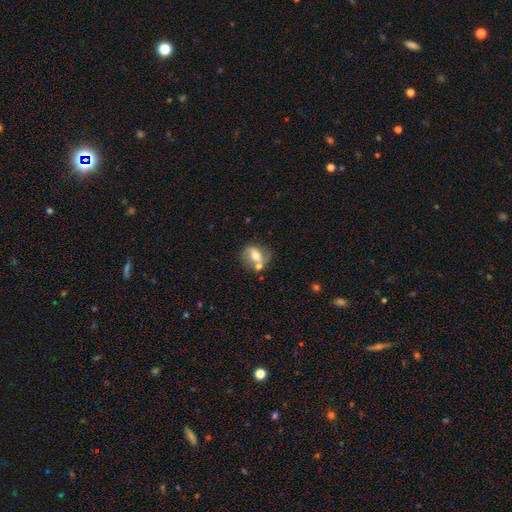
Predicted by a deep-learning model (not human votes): A featured or disk galaxy (47%). Merging: none (52%).